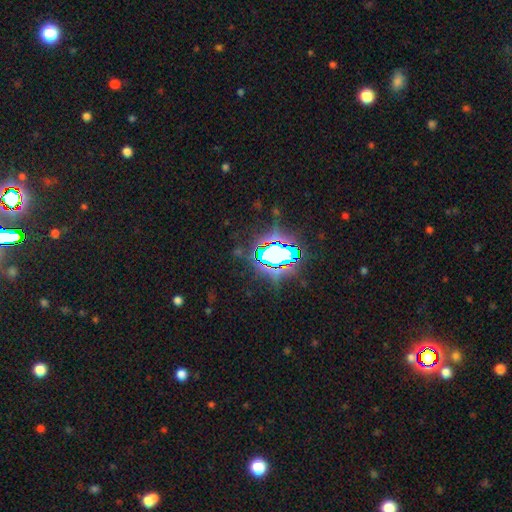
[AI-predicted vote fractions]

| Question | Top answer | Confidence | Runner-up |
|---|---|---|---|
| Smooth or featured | star or artifact | 82% | smooth (10%) |